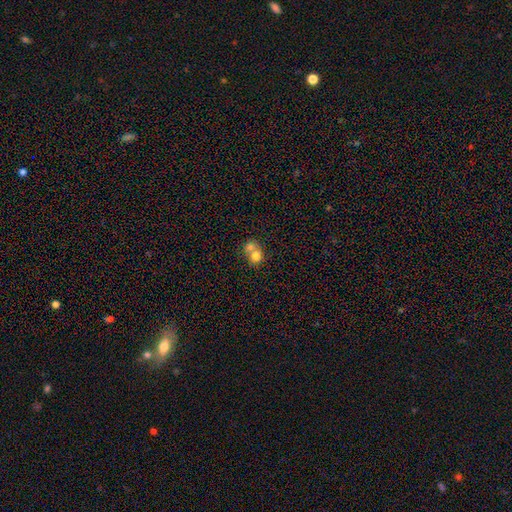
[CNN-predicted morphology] smooth_or_featured: smooth (p=0.75) [alt: featured or disk p=0.16]
how_rounded: round (p=0.71) [alt: in between p=0.29]
merging: merger (p=0.67) [alt: none p=0.25]